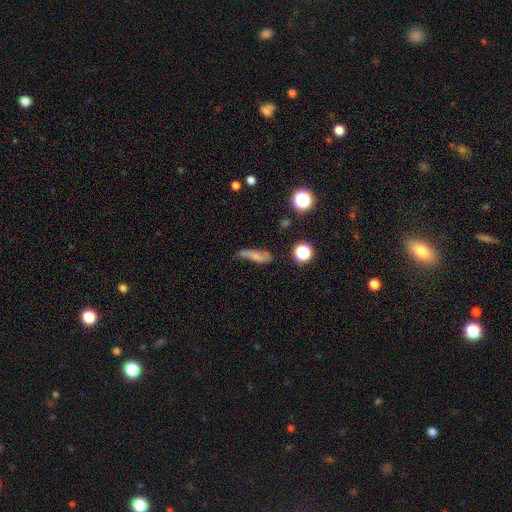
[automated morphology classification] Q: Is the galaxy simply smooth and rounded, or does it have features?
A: smooth — 56%.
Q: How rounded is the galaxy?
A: cigar-shaped — 47%.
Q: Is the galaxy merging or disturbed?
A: none — 45%.